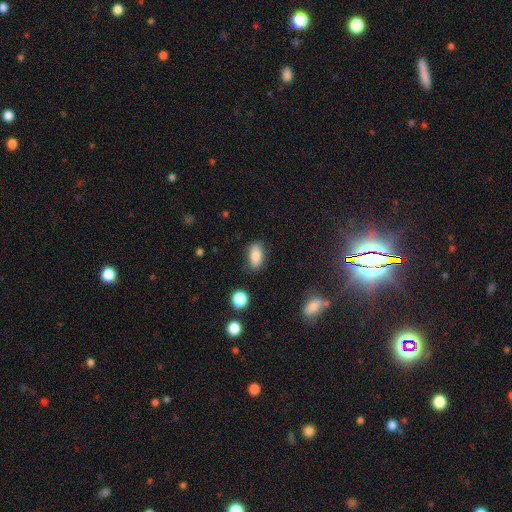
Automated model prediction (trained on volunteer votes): Smooth or featured? smooth (82%)
How rounded? in between (88%)
Merging? none (80%)